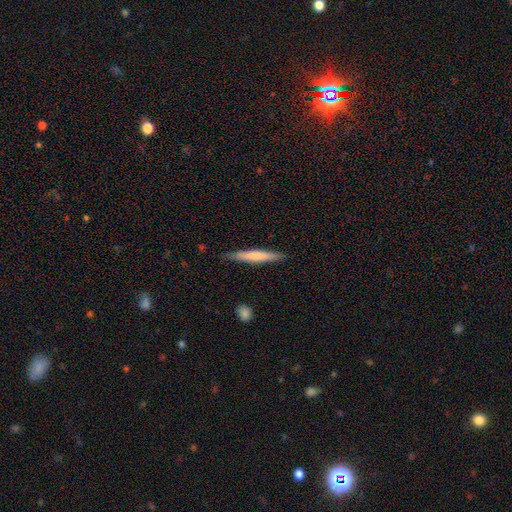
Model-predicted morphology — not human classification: Q: Smooth or featured?
A: smooth (62%); runner-up: featured or disk (32%)
Q: How rounded?
A: cigar-shaped (94%); runner-up: in between (4%)
Q: Merging?
A: none (86%); runner-up: minor disturbance (10%)